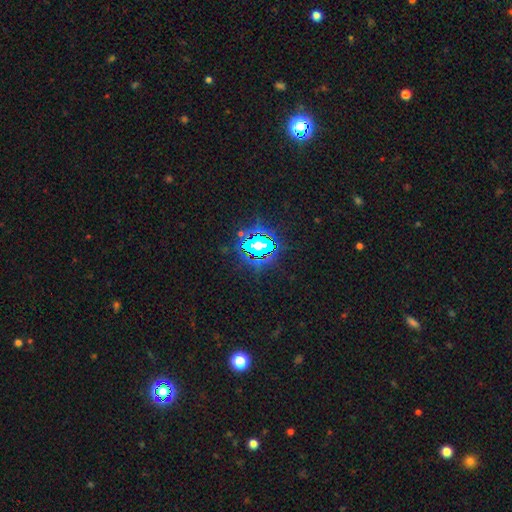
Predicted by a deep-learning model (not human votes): Overall: star or artifact (81%).